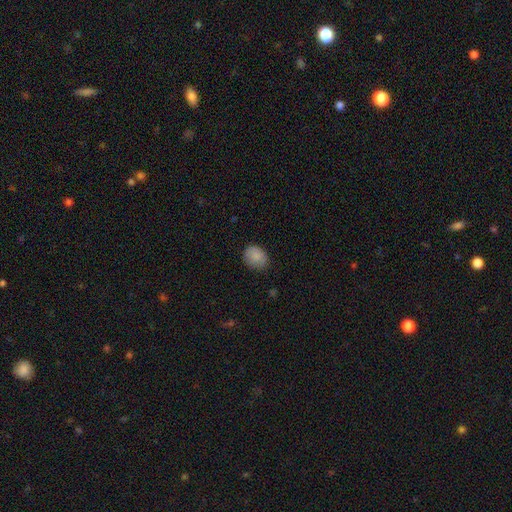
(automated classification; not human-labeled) This appears to be a smooth galaxy with no disk features (85%) that is round (57%). Merging: none (77%).